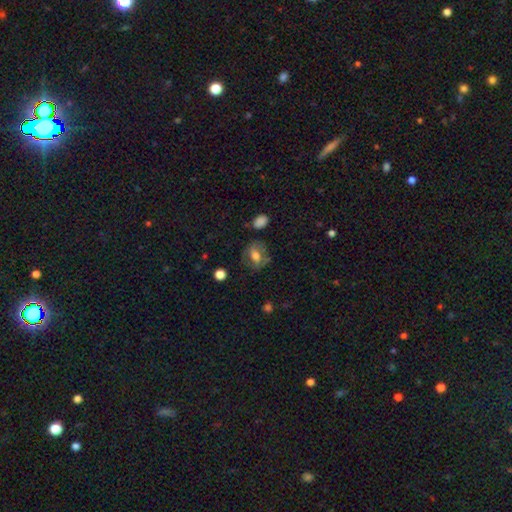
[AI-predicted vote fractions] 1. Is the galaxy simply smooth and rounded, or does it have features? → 57% smooth, 34% featured or disk, 9% star or artifact.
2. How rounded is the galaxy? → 57% in between, 41% round, 2% cigar-shaped.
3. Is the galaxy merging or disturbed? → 65% none, 21% minor disturbance, 12% major disturbance, 3% merger.